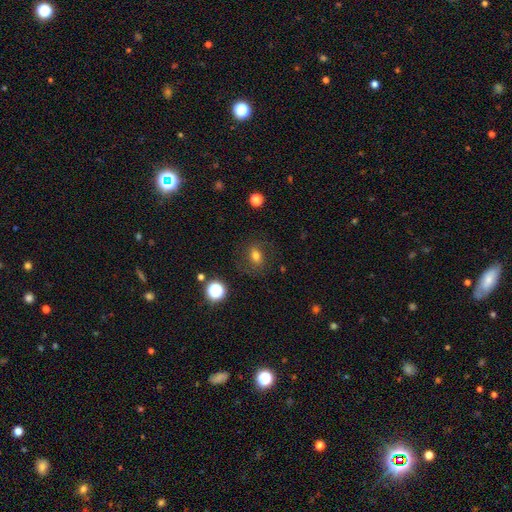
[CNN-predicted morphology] A smooth galaxy with no disk features (67%) that is in between round and cigar-shaped (56%). Merging: none (76%).